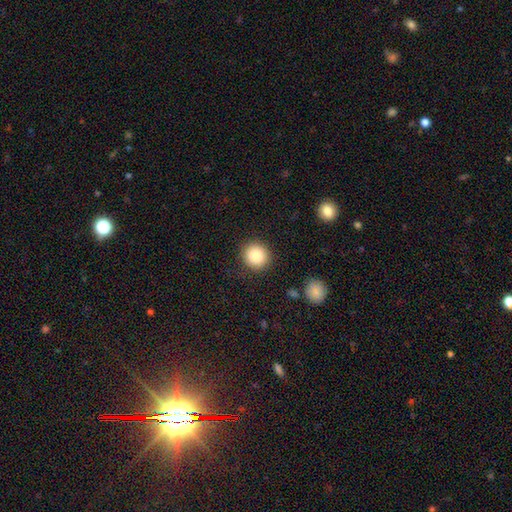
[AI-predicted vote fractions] Smooth or featured? Predicted: smooth (p=0.87). How rounded? Predicted: round (p=0.92). Merging? Predicted: none (p=0.89).